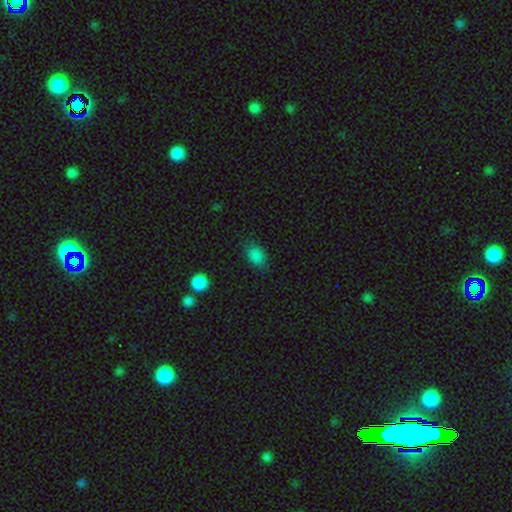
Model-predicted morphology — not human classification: Smooth or featured?
  - smooth: 85% *
  - star or artifact: 11%
  - featured or disk: 4%
How rounded?
  - in between: 80% *
  - round: 19%
  - cigar-shaped: 2%
Merging?
  - none: 82% *
  - minor disturbance: 14%
  - major disturbance: 3%
  - merger: 1%